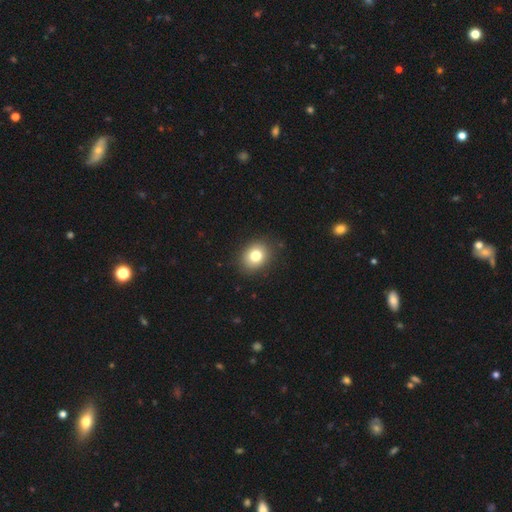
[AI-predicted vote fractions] Smooth or featured?
  - smooth: 79% *
  - star or artifact: 10%
  - featured or disk: 10%
How rounded?
  - round: 58% *
  - in between: 41%
  - cigar-shaped: 1%
Merging?
  - none: 88% *
  - minor disturbance: 8%
  - major disturbance: 2%
  - merger: 1%